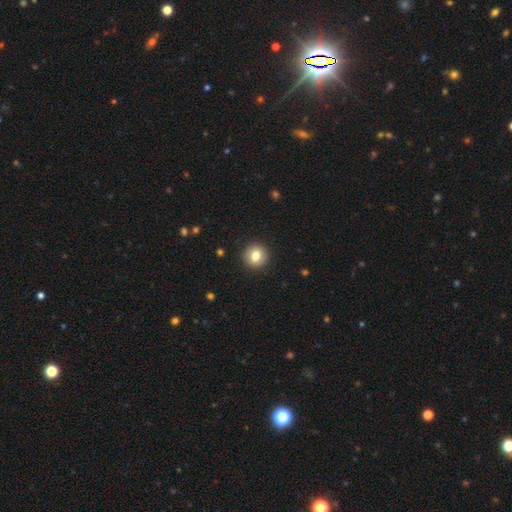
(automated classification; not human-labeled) smooth_or_featured: smooth (p=0.80) [alt: featured or disk p=0.11]
how_rounded: round (p=0.92) [alt: in between p=0.07]
merging: none (p=0.92) [alt: minor disturbance p=0.05]